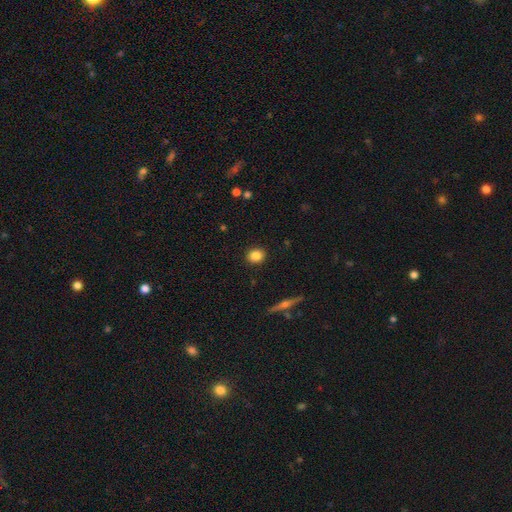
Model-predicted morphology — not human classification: A smooth galaxy with no disk features (83%) that is round (77%). Merging: none (91%).